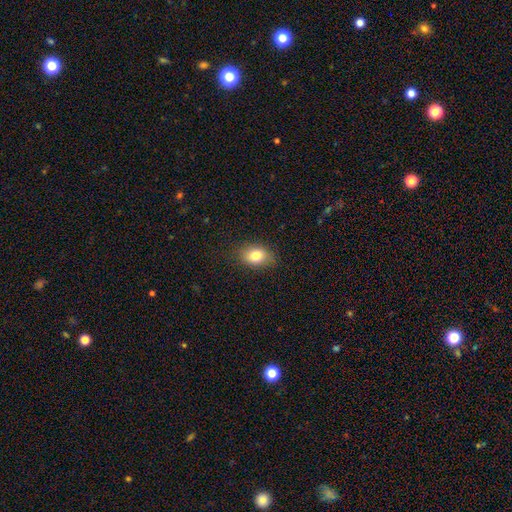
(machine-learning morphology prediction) A smooth galaxy with no disk features (80%) that is in between round and cigar-shaped (73%).

Vote fractions:
- Smooth or featured? smooth: 80% / featured or disk: 10% / star or artifact: 10%
- How rounded? in between: 73% / round: 25% / cigar-shaped: 1%
- Merging? none: 83% / minor disturbance: 12% / major disturbance: 3% / merger: 1%